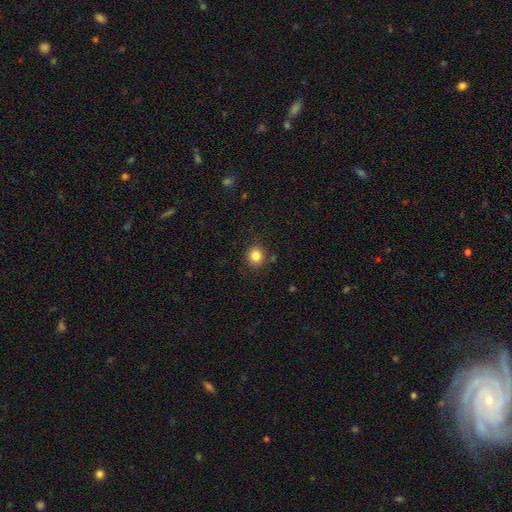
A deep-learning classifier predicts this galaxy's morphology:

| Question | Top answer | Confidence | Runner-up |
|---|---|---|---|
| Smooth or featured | smooth | 84% | star or artifact (11%) |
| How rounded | round | 85% | in between (14%) |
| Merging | none | 87% | minor disturbance (8%) |